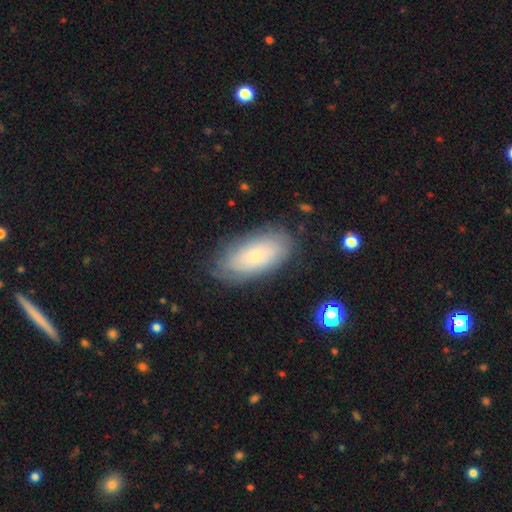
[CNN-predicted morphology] Q: Smooth or featured?
A: smooth (61%); runner-up: featured or disk (31%)
Q: How rounded?
A: in between (91%); runner-up: cigar-shaped (6%)
Q: Merging?
A: none (79%); runner-up: minor disturbance (16%)